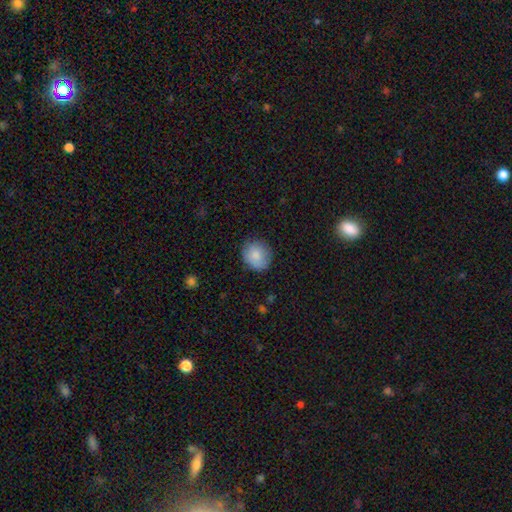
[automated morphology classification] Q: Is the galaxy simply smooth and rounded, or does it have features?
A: smooth — 86%.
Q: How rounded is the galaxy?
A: round — 79%.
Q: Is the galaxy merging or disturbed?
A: none — 83%.